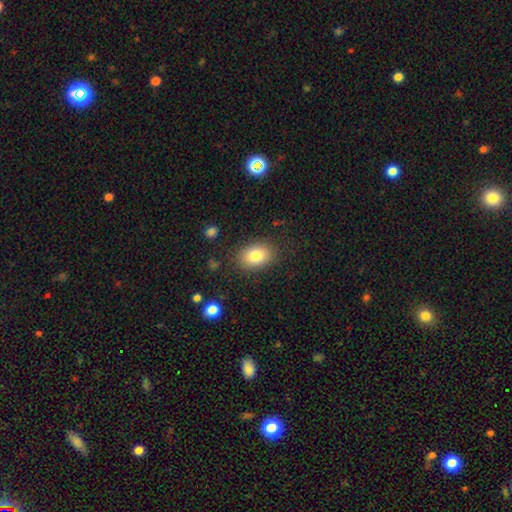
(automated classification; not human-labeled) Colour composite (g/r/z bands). It shows a smooth galaxy with no disk features (81%) that is in between round and cigar-shaped (74%). Merging: none (85%).